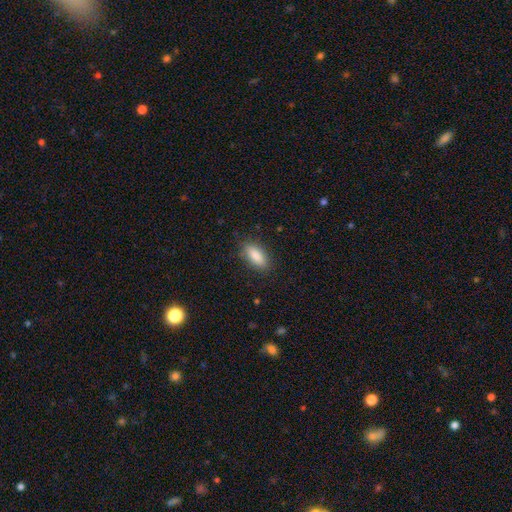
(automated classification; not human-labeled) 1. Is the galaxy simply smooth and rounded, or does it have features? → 87% smooth, 7% featured or disk, 7% star or artifact.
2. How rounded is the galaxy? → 80% in between, 17% cigar-shaped, 2% round.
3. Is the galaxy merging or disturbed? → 86% none, 10% minor disturbance, 3% major disturbance, 1% merger.